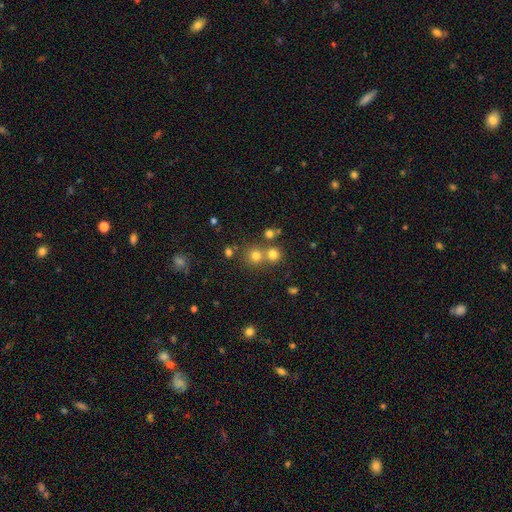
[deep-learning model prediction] Overall: smooth (73%). How rounded: round (90%). Merging: none (62%; merger 29%).